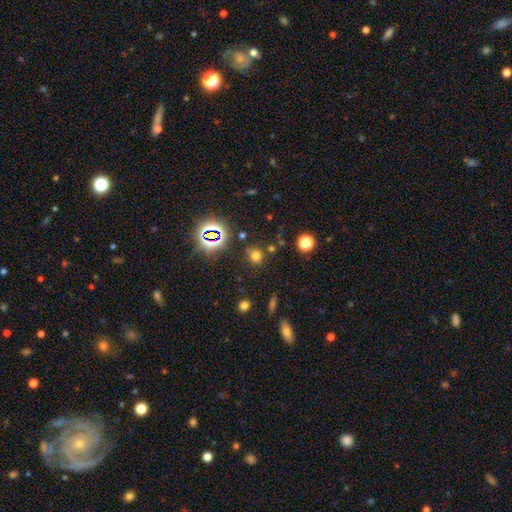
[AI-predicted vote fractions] smooth_or_featured: smooth (p=0.63) [alt: star or artifact p=0.29]
how_rounded: round (p=0.85) [alt: in between p=0.14]
merging: none (p=0.78) [alt: minor disturbance p=0.11]